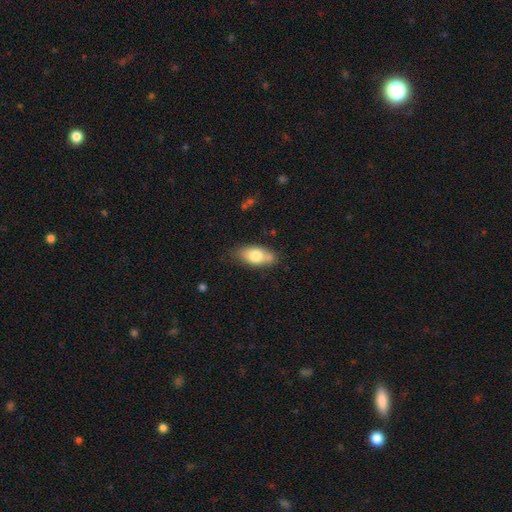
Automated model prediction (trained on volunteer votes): Q: Smooth or featured?
A: smooth (75%); runner-up: featured or disk (18%)
Q: How rounded?
A: in between (87%); runner-up: cigar-shaped (8%)
Q: Merging?
A: none (68%); runner-up: minor disturbance (20%)